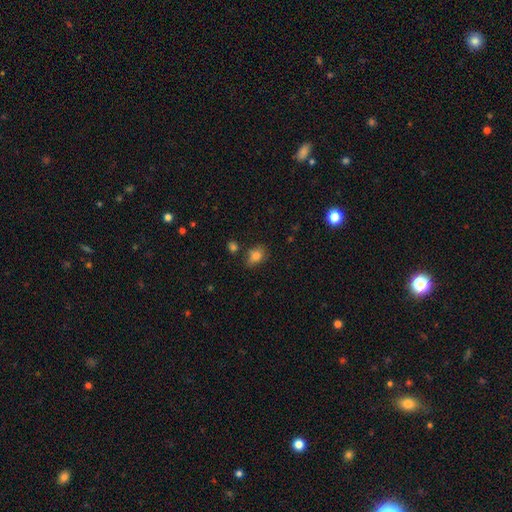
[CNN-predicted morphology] This appears to be a smooth galaxy with no disk features (80%) that is in between round and cigar-shaped (64%). Merging: none (66%).